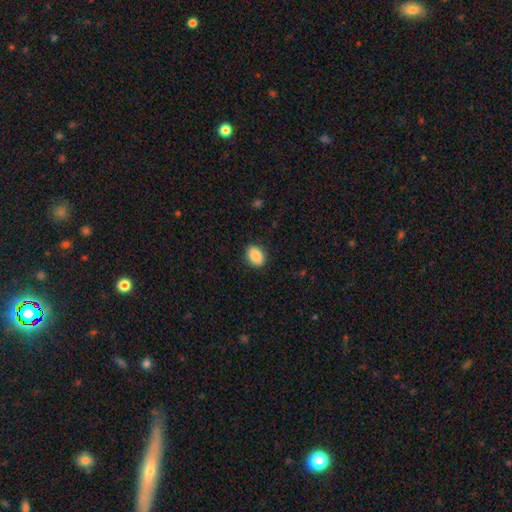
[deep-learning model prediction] smooth_or_featured: smooth (p=0.88) [alt: star or artifact p=0.07]
how_rounded: in between (p=0.82) [alt: round p=0.17]
merging: none (p=0.88) [alt: minor disturbance p=0.09]